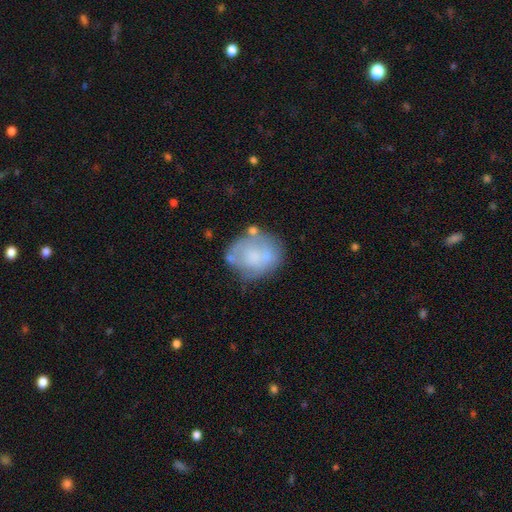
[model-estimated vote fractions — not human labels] This appears to be a smooth galaxy with no disk features (52%) that is round (53%). Merging: none (49%).